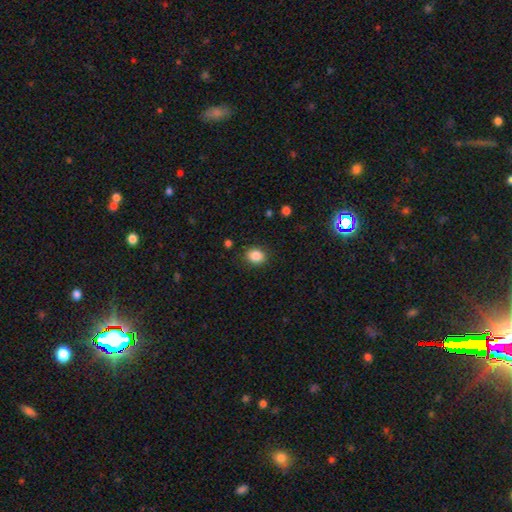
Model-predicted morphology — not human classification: A smooth galaxy with no disk features (86%) that is round (61%).

Vote fractions:
- Smooth or featured? smooth: 86% / star or artifact: 10% / featured or disk: 5%
- How rounded? round: 61% / in between: 38% / cigar-shaped: 1%
- Merging? none: 87% / minor disturbance: 9% / major disturbance: 3% / merger: 1%